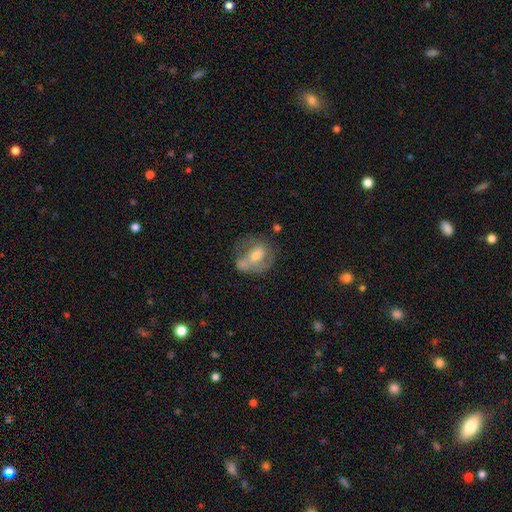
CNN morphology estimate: This is possibly a featured or disk galaxy (60%). It is clearly not viewed edge-on (96%). Bar: marginally no (44%). Spiral arm pattern: likely yes (66%). Central bulge: possibly moderate (58%). Merging: marginally none (42%).